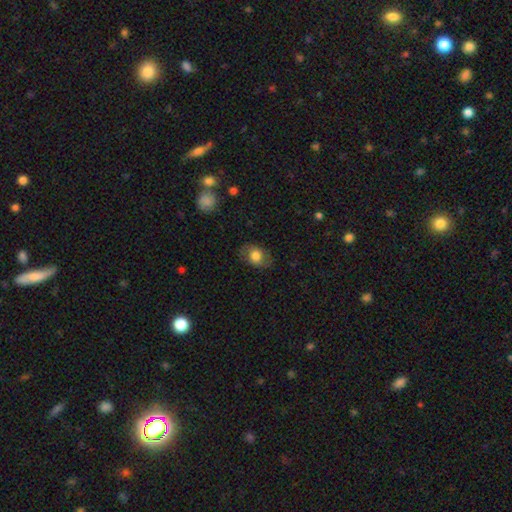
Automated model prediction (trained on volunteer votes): Overall: smooth (68%). How rounded: in between (68%; round 31%). Merging: none (76%).